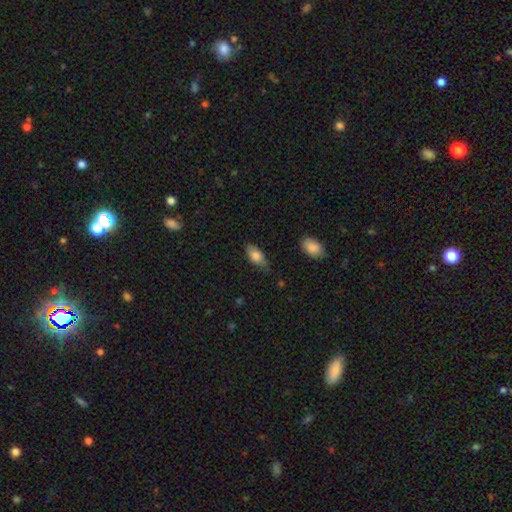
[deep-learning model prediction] Smooth or featured? Predicted: smooth (p=0.78). How rounded? Predicted: in between (p=0.88). Merging? Predicted: none (p=0.68).